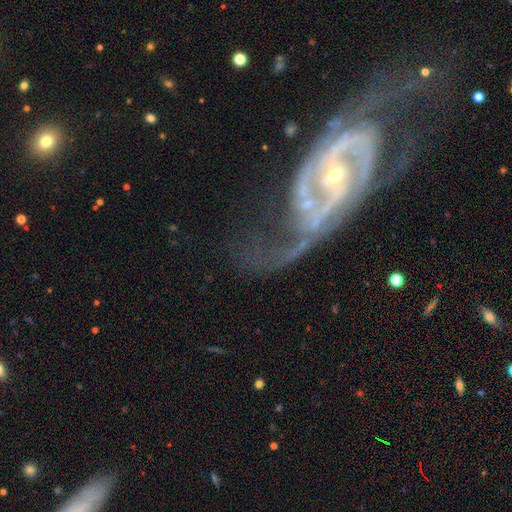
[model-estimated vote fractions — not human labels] smooth_or_featured: featured or disk (p=0.90) [alt: star or artifact p=0.06]
disk_edge_on: no (p=0.95) [alt: yes p=0.05]
bar: no (p=0.38) [alt: weak p=0.33]
has_spiral_arms: yes (p=0.96) [alt: no p=0.04]
spiral_winding: medium (p=0.46) [alt: tight p=0.32]
spiral_arm_count: 2 (p=0.76) [alt: can't tell p=0.08]
bulge_size: small (p=0.67) [alt: moderate p=0.29]
merging: none (p=0.47) [alt: major disturbance p=0.27]